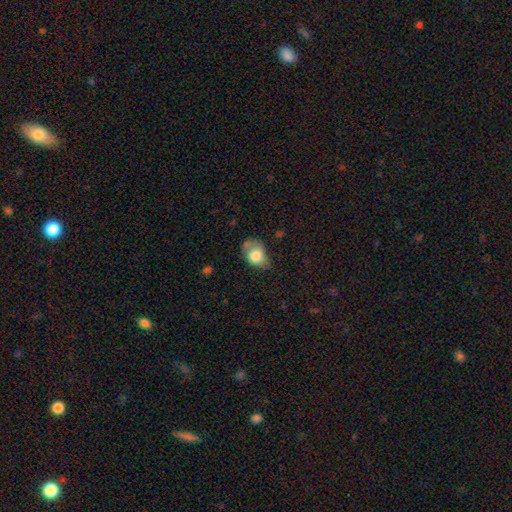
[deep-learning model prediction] A smooth galaxy with no disk features (77%) that is in between round and cigar-shaped (71%). Merging: minor disturbance (39%).